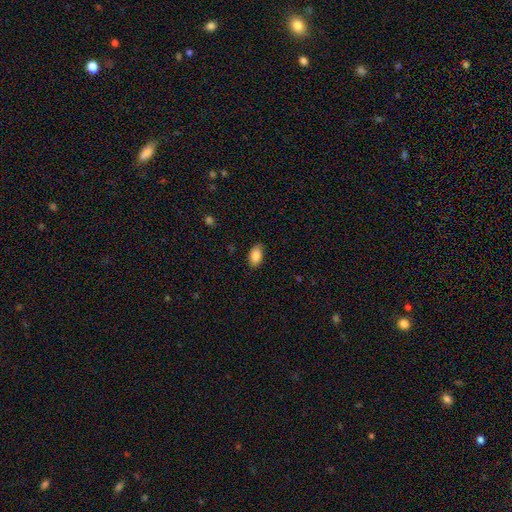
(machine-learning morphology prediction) type=smooth (88%); roundness=in between (93%); merging=none (83%).